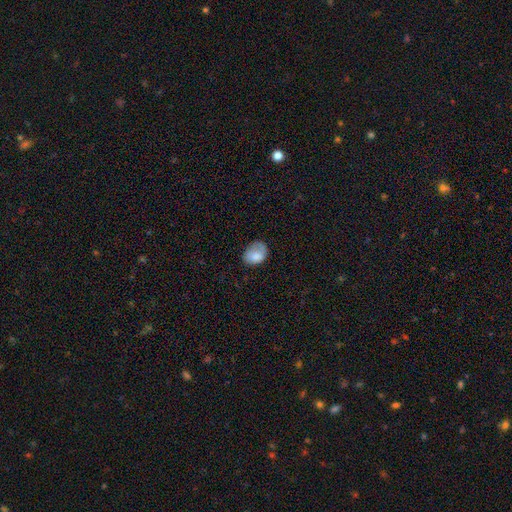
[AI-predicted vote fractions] smooth_or_featured: smooth (p=0.80) [alt: featured or disk p=0.12]
how_rounded: in between (p=0.70) [alt: round p=0.29]
merging: none (p=0.50) [alt: minor disturbance p=0.33]